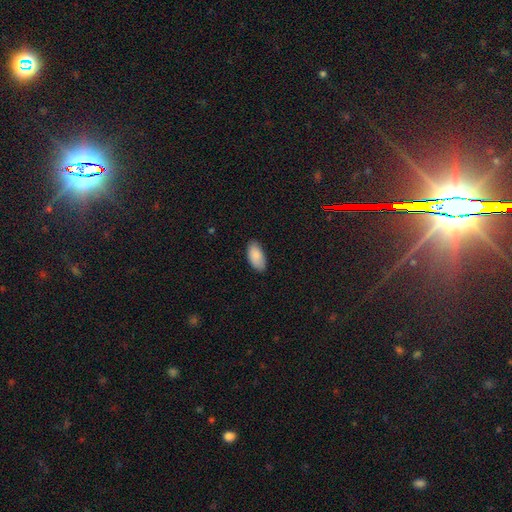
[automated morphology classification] type=smooth (89%); roundness=in between (94%); merging=none (82%).